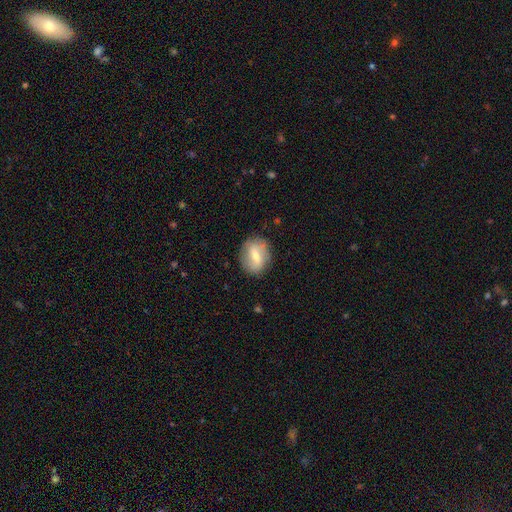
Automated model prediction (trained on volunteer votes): Smooth or featured: featured or disk — 48% (smooth — 44%)
Merging: none — 83% (minor disturbance — 12%)